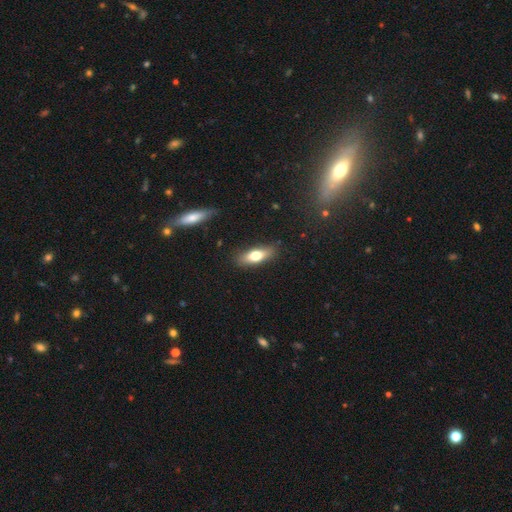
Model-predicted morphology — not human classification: Smooth or featured: smooth — 68% (featured or disk — 25%)
How rounded: in between — 62% (cigar-shaped — 35%)
Merging: none — 85% (minor disturbance — 11%)